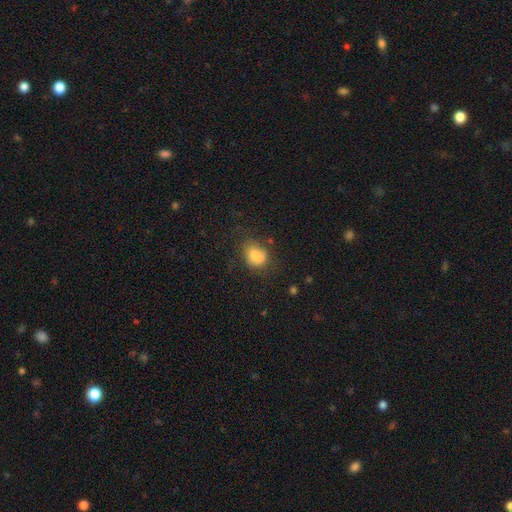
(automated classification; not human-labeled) Smooth or featured: smooth — 74% (featured or disk — 14%)
How rounded: round — 50% (in between — 49%)
Merging: none — 49% (minor disturbance — 25%)